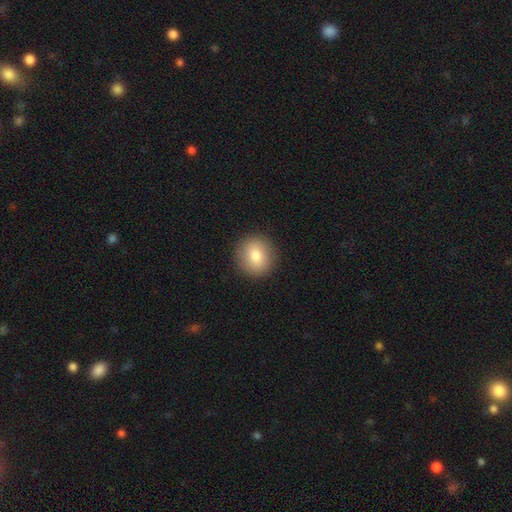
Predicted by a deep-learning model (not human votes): Smooth or featured? smooth (80%)
How rounded? round (89%)
Merging? none (91%)